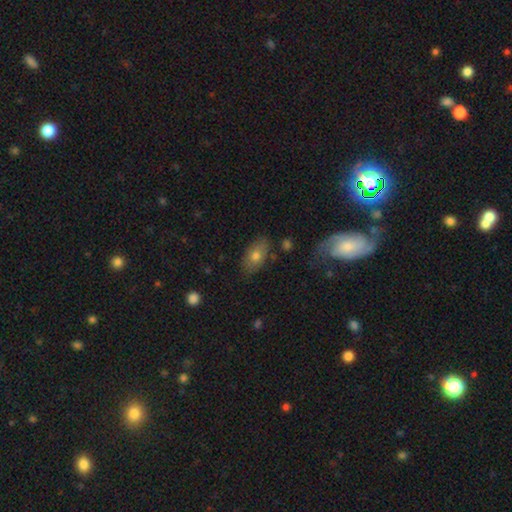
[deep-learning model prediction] smooth_or_featured: smooth (p=0.72) [alt: featured or disk p=0.20]
how_rounded: in between (p=0.90) [alt: round p=0.07]
merging: none (p=0.78) [alt: minor disturbance p=0.15]